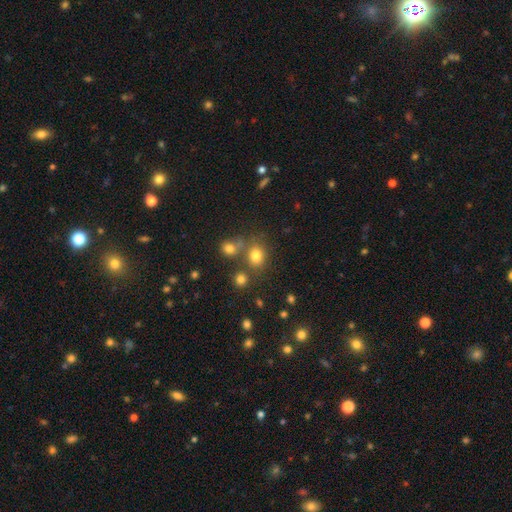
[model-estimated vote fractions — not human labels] smooth 76%, star or artifact 16%, featured or disk 8%. Down the decision tree: how rounded — round (67%); merging — none (63%).